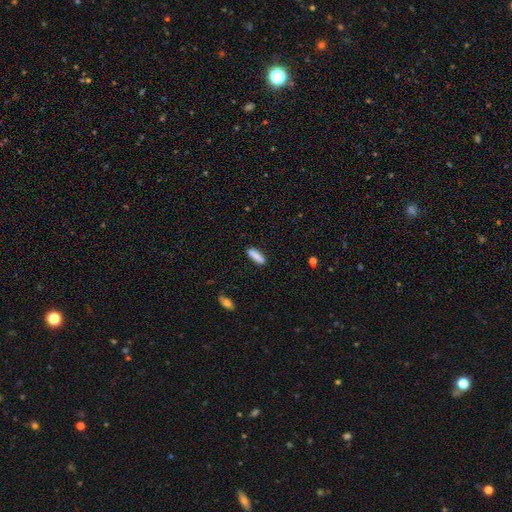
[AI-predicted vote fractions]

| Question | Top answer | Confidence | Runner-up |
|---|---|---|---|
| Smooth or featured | smooth | 85% | featured or disk (8%) |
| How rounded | cigar-shaped | 62% | in between (36%) |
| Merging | none | 84% | minor disturbance (11%) |